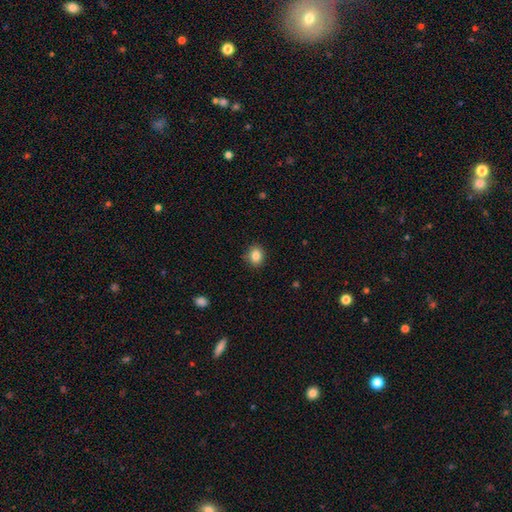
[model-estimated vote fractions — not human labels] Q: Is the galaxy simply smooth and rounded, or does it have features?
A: smooth — 85%.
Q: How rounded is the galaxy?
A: round — 64%.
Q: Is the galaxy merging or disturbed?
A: none — 86%.